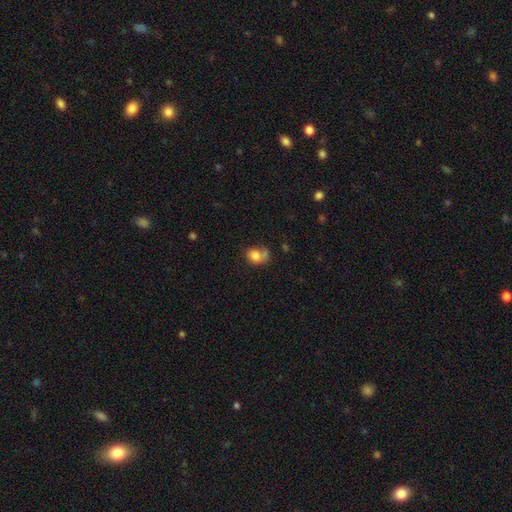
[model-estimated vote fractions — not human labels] Morphology: type=smooth (76%); roundness=round (53%); merging=none (42%).